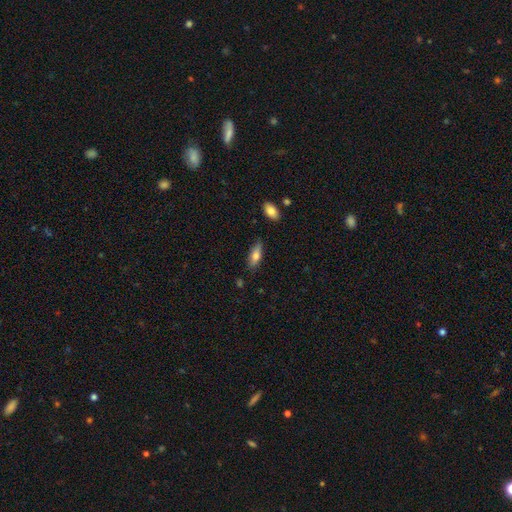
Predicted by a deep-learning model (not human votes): smooth-or-featured: smooth: 75% | featured or disk: 18% | star or artifact: 7%
  how-rounded: in between: 65% | cigar-shaped: 33% | round: 2%
  merging: none: 78% | minor disturbance: 16% | major disturbance: 3% | merger: 2%